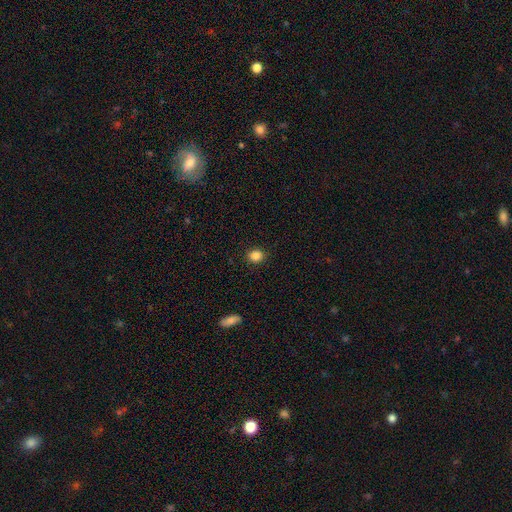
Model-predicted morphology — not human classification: Q: Smooth or featured?
A: smooth (85%); runner-up: star or artifact (11%)
Q: How rounded?
A: round (77%); runner-up: in between (22%)
Q: Merging?
A: none (90%); runner-up: minor disturbance (7%)